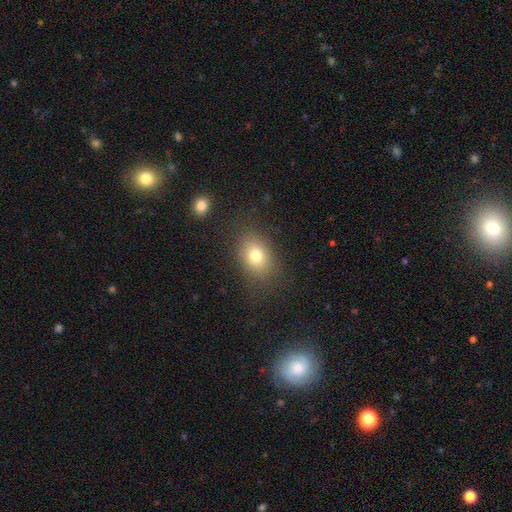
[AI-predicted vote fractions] Morphology: type=smooth (76%); roundness=in between (70%); merging=none (81%).